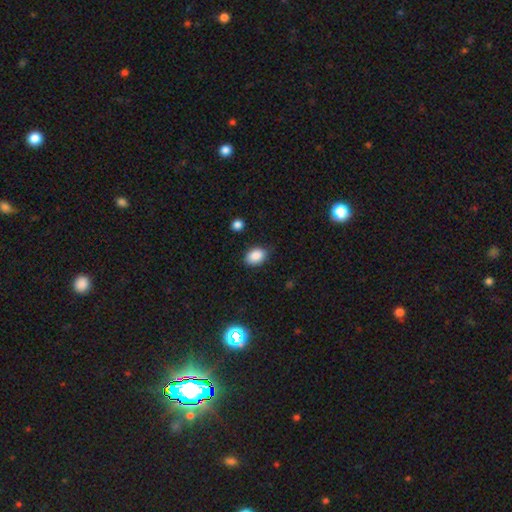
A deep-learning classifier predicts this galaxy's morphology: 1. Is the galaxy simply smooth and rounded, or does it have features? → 87% smooth, 9% star or artifact, 4% featured or disk.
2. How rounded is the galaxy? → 81% in between, 18% round, 1% cigar-shaped.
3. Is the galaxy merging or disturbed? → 80% none, 15% minor disturbance, 3% major disturbance, 2% merger.